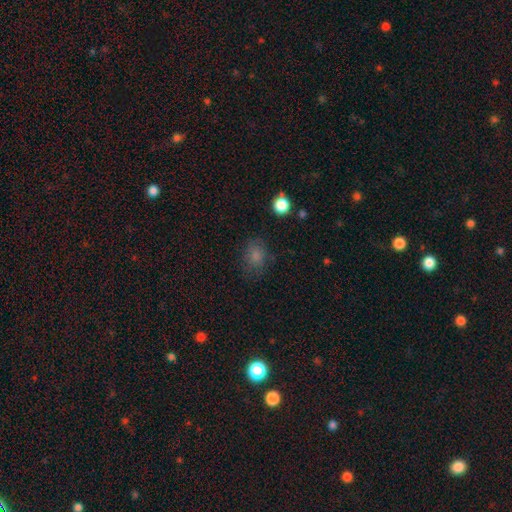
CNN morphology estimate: Smooth or featured? Predicted: smooth (p=0.79). How rounded? Predicted: in between (p=0.56). Merging? Predicted: none (p=0.70).